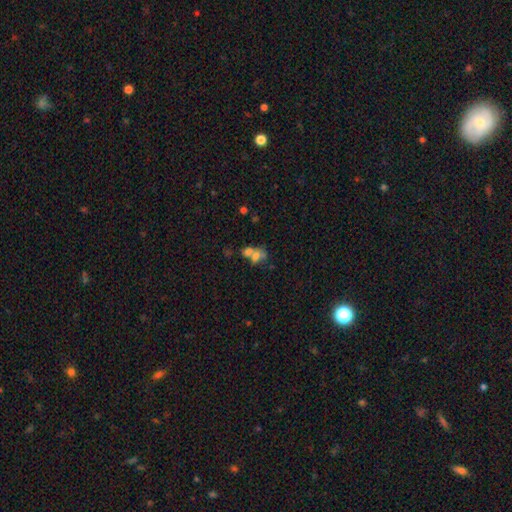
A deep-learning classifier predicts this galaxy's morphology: This appears to be a smooth galaxy with no disk features (62%) that is in between round and cigar-shaped (66%). Merging: merger (63%).